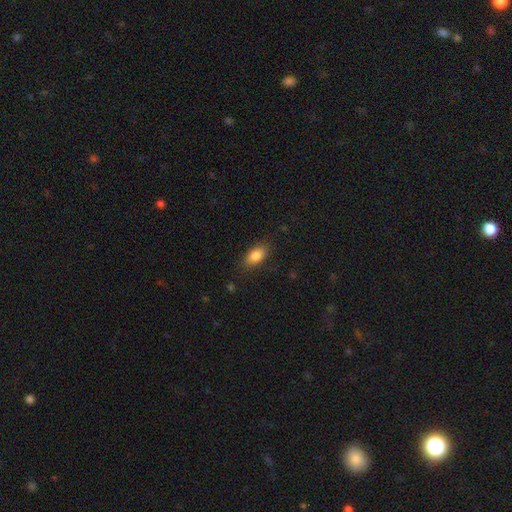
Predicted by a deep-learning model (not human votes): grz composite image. It shows a smooth galaxy with no disk features (84%) that is in between round and cigar-shaped (88%). Merging: none (83%).